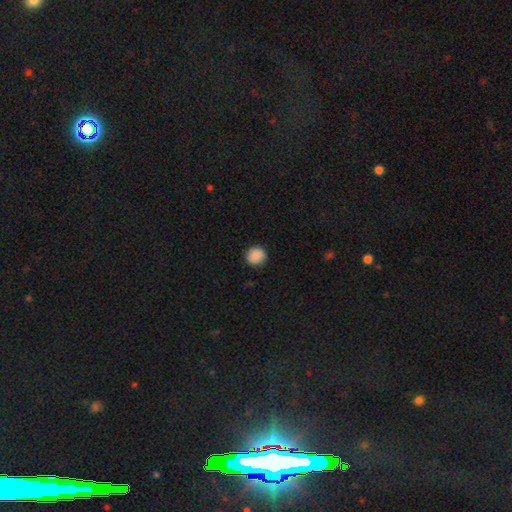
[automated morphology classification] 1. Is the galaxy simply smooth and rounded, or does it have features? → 89% smooth, 8% star or artifact, 2% featured or disk.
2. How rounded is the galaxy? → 92% round, 7% in between, 1% cigar-shaped.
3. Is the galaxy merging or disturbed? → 91% none, 7% minor disturbance, 2% major disturbance, 1% merger.